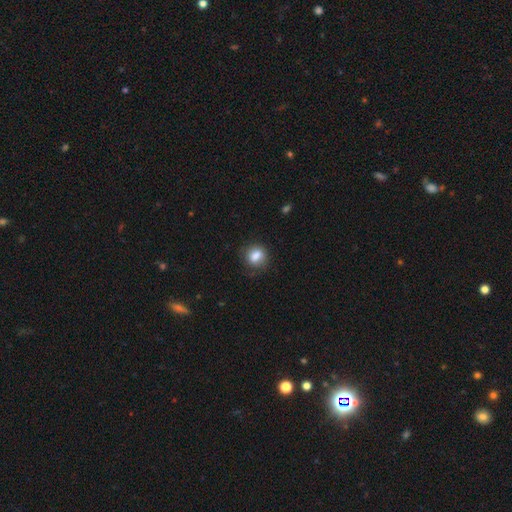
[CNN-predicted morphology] Q: Smooth or featured?
A: smooth (83%); runner-up: star or artifact (9%)
Q: How rounded?
A: round (60%); runner-up: in between (39%)
Q: Merging?
A: none (76%); runner-up: minor disturbance (17%)